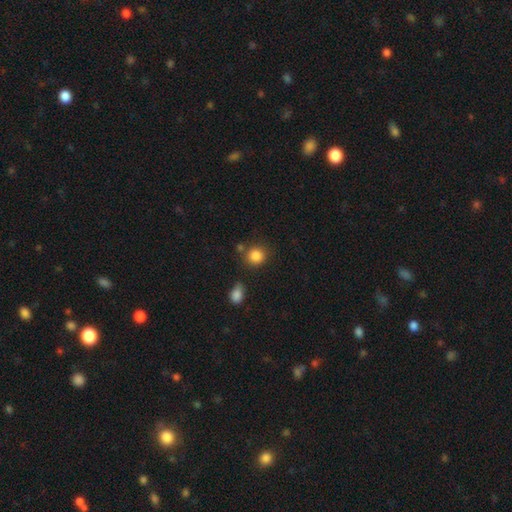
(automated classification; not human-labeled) Morphology: type=smooth (86%); roundness=round (87%); merging=none (74%).